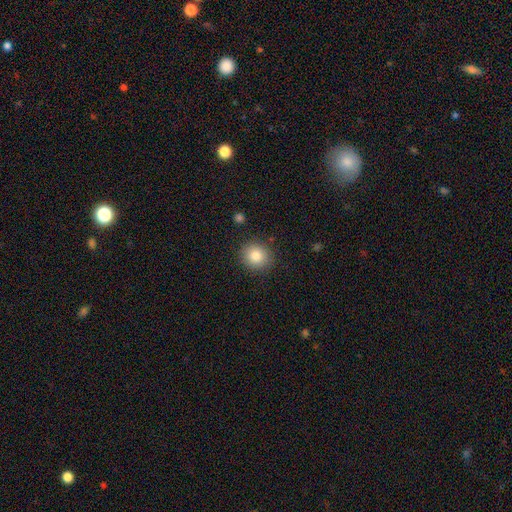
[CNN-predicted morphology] A smooth galaxy with no disk features (83%) that is round (87%). Merging: none (89%).